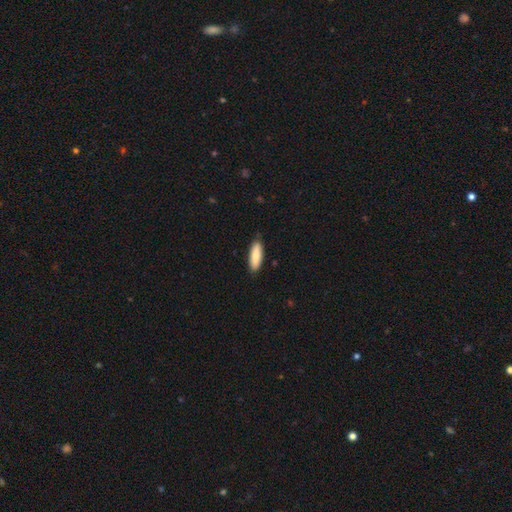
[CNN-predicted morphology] Q: Smooth or featured?
A: smooth (86%); runner-up: featured or disk (9%)
Q: How rounded?
A: in between (51%); runner-up: cigar-shaped (48%)
Q: Merging?
A: none (87%); runner-up: minor disturbance (11%)